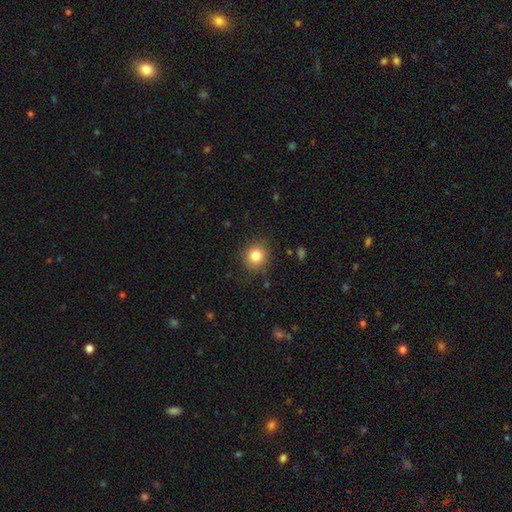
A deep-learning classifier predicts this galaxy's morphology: Q: Smooth or featured?
A: smooth (83%); runner-up: star or artifact (11%)
Q: How rounded?
A: round (88%); runner-up: in between (12%)
Q: Merging?
A: none (86%); runner-up: minor disturbance (9%)